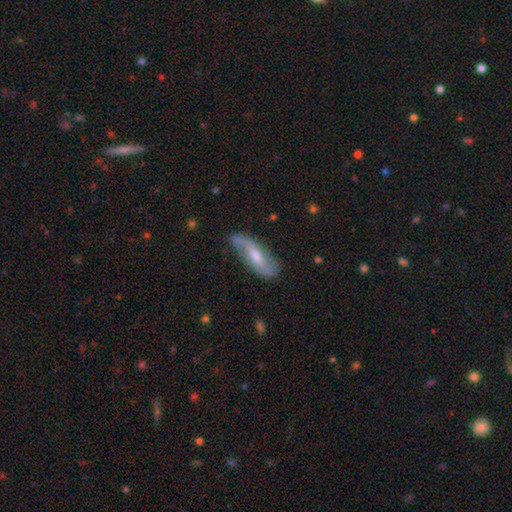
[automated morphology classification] Smooth or featured: featured or disk — 70% (smooth — 23%)
Edge-on disk: no — 83% (yes — 17%)
Bar: weak — 45% (strong — 31%)
Spiral arms: yes — 88% (no — 12%)
Spiral winding: loose — 63% (medium — 25%)
Spiral arm count: 2 — 84% (can't tell — 8%)
Bulge size: moderate — 54% (small — 39%)
Merging: none — 70% (minor disturbance — 22%)